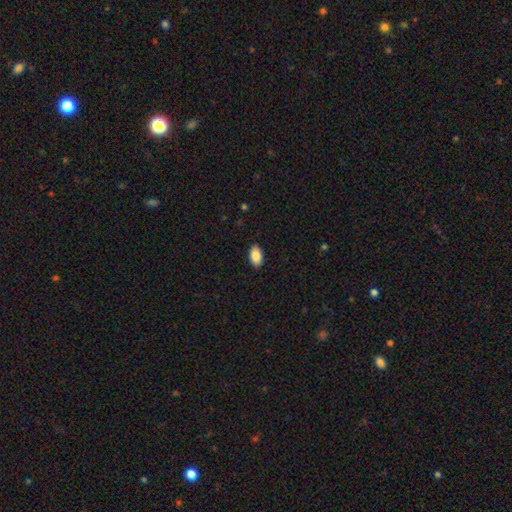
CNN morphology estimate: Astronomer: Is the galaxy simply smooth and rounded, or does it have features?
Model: smooth — 88%.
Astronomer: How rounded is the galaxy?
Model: in between — 94%.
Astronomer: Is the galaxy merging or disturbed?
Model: none — 89%.